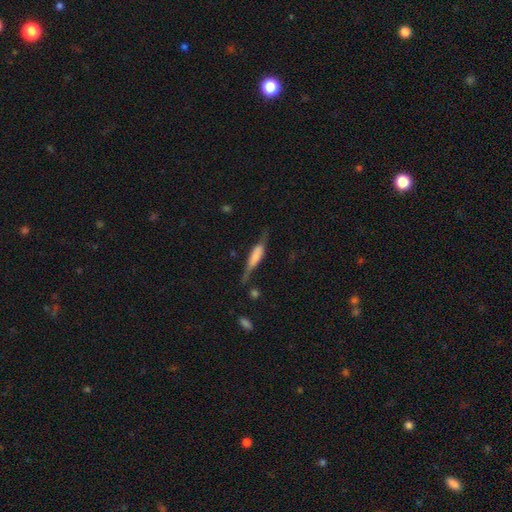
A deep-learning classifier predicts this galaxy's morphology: Smooth or featured? Predicted: featured or disk (p=0.50). Merging? Predicted: none (p=0.50).